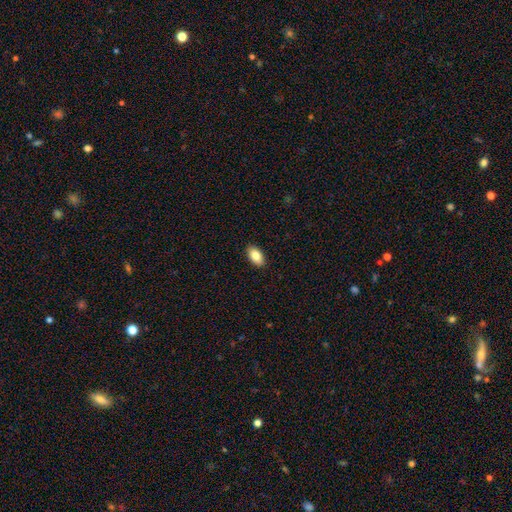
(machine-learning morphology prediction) type=smooth (85%); roundness=in between (94%); merging=none (90%).